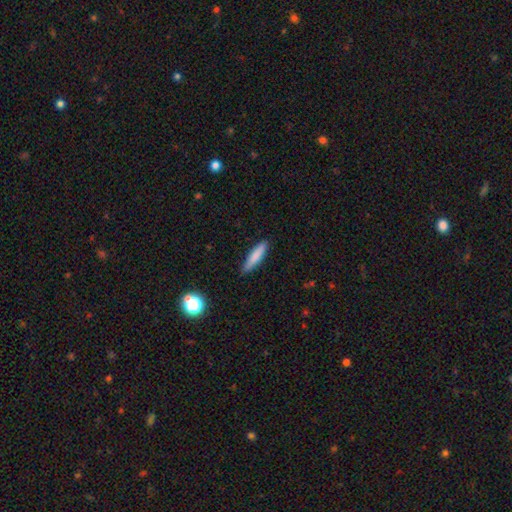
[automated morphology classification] smooth-or-featured: smooth: 79% | featured or disk: 14% | star or artifact: 7%
  how-rounded: cigar-shaped: 83% | in between: 16% | round: 1%
  merging: none: 85% | minor disturbance: 12% | major disturbance: 2% | merger: 1%